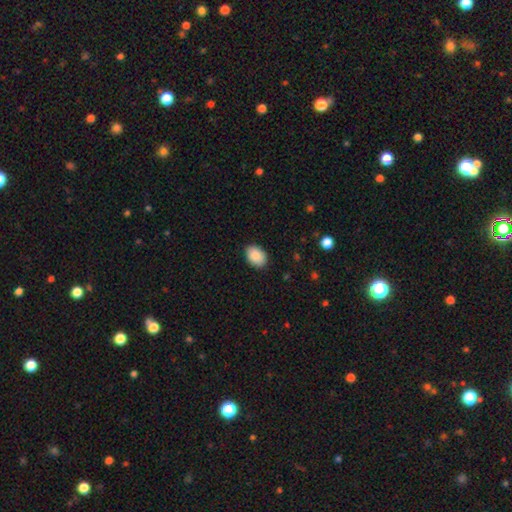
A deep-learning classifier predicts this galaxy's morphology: smooth_or_featured: smooth (p=0.88) [alt: star or artifact p=0.07]
how_rounded: in between (p=0.79) [alt: round p=0.20]
merging: none (p=0.88) [alt: minor disturbance p=0.09]